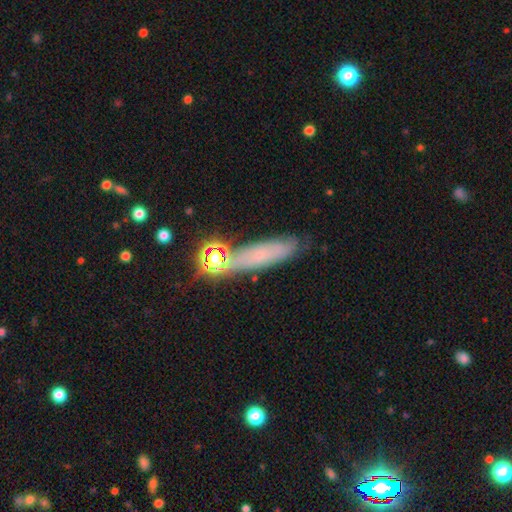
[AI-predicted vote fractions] Smooth or featured? Predicted: smooth (p=0.51). How rounded? Predicted: cigar-shaped (p=0.71). Merging? Predicted: none (p=0.67).